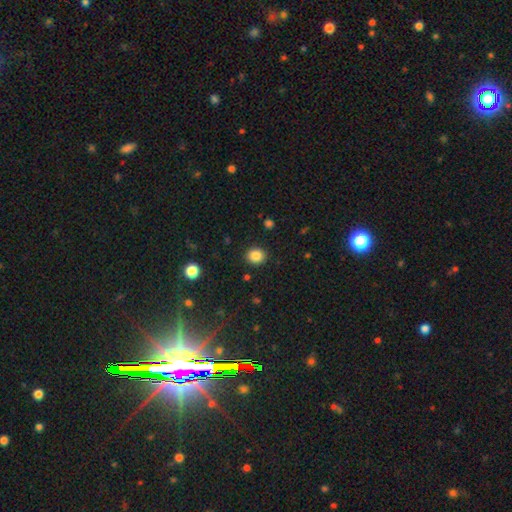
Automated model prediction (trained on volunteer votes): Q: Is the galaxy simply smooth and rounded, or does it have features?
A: smooth — 86%.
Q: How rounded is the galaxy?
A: round — 80%.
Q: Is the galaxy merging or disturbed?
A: none — 91%.